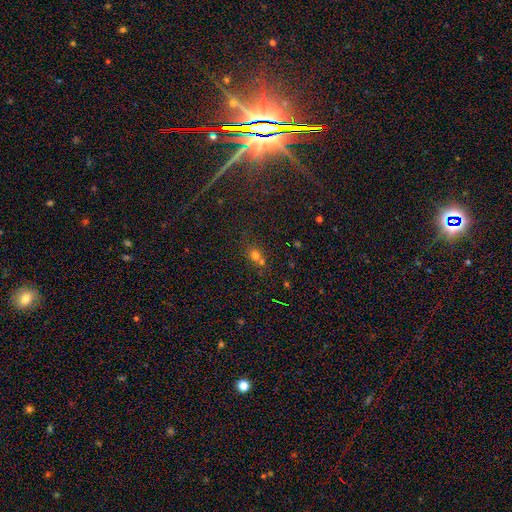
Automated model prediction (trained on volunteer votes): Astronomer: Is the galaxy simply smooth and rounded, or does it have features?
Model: smooth — 63%.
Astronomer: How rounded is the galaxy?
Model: round — 74%.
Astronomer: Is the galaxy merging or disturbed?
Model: none — 49% (runner-up: merger, 36%).